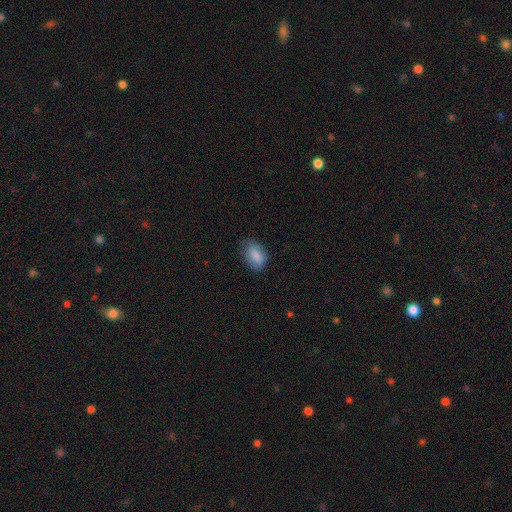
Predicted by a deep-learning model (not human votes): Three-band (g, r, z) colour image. It shows a smooth galaxy with no disk features (85%) that is in between round and cigar-shaped (87%). Merging: none (67%).